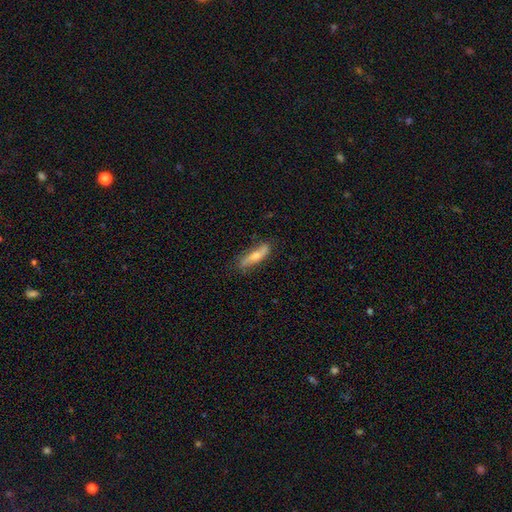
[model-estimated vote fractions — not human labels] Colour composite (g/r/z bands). It shows a featured or disk galaxy (50%). Merging: none (75%).